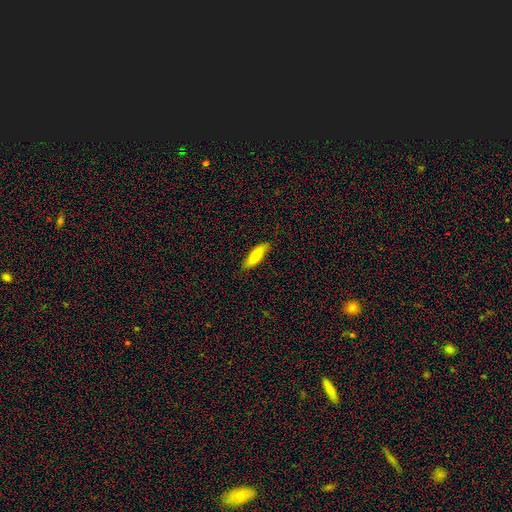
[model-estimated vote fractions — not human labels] The model was most divided on "how rounded": cigar-shaped: 55%, in between: 43%, round: 2%. More confident: merging — none (84%); smooth or featured — smooth (69%).